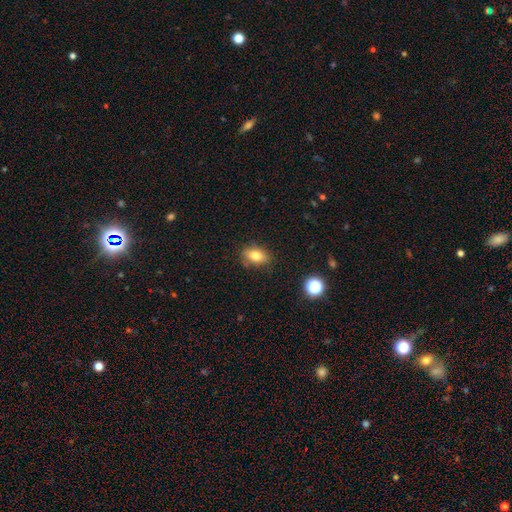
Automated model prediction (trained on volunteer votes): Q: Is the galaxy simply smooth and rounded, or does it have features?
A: smooth — 80%.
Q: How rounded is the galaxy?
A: in between — 80%.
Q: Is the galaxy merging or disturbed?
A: none — 80%.